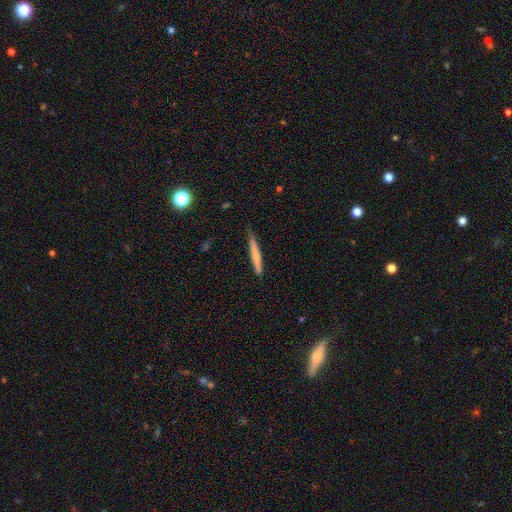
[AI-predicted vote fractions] smooth_or_featured: smooth (p=0.69) [alt: featured or disk p=0.25]
how_rounded: cigar-shaped (p=0.96) [alt: in between p=0.03]
merging: none (p=0.74) [alt: minor disturbance p=0.21]